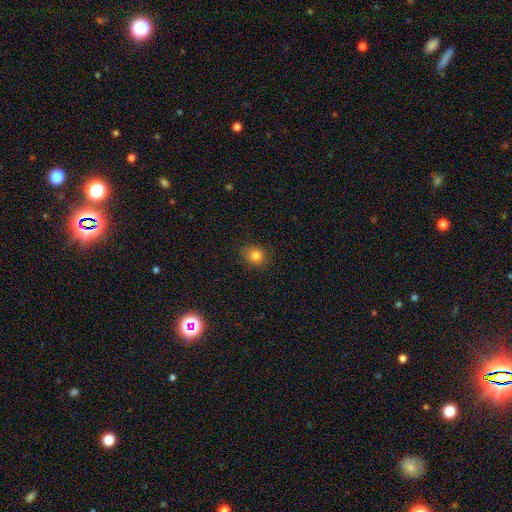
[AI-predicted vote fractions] Smooth or featured: smooth — 80% (star or artifact — 13%)
How rounded: round — 65% (in between — 34%)
Merging: none — 83% (minor disturbance — 13%)